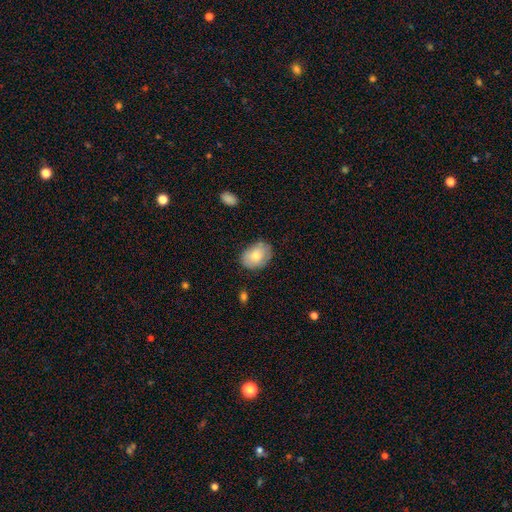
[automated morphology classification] A smooth galaxy with no disk features (76%) that is in between round and cigar-shaped (74%). Merging: none (78%).